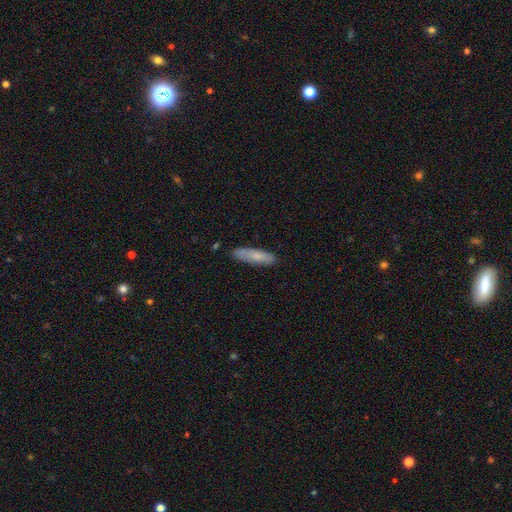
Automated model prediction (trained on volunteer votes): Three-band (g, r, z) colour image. It shows a smooth galaxy with no disk features (75%) that is cigar-shaped (70%). Merging: none (82%).